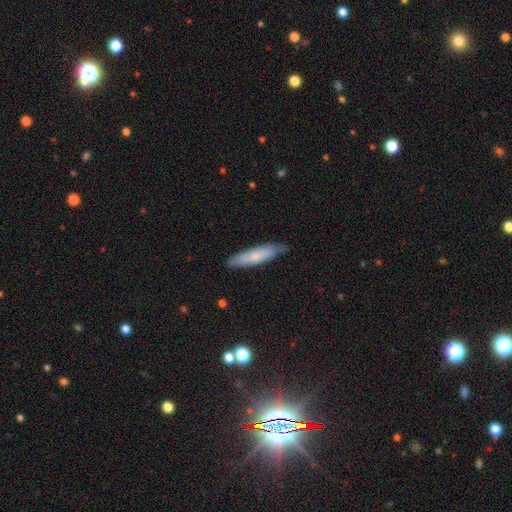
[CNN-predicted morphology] Smooth or featured? smooth (71%)
How rounded? cigar-shaped (81%)
Merging? none (84%)